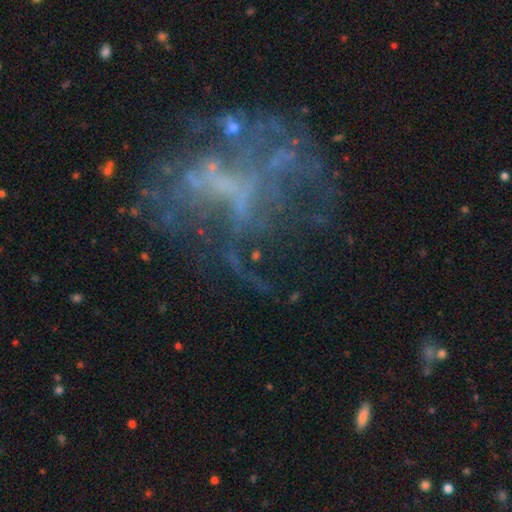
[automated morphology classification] Smooth or featured? Predicted: featured or disk (p=0.53). Edge-on disk? Predicted: no (p=0.91). Merging? Predicted: none (p=0.52).